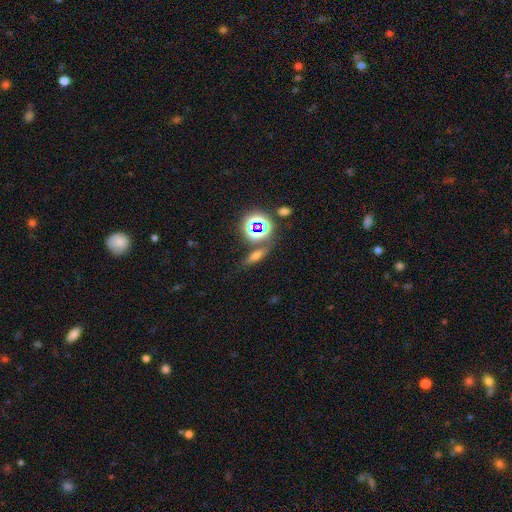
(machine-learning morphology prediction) A smooth galaxy with no disk features (53%) that is cigar-shaped (44%). Merging: none (69%).